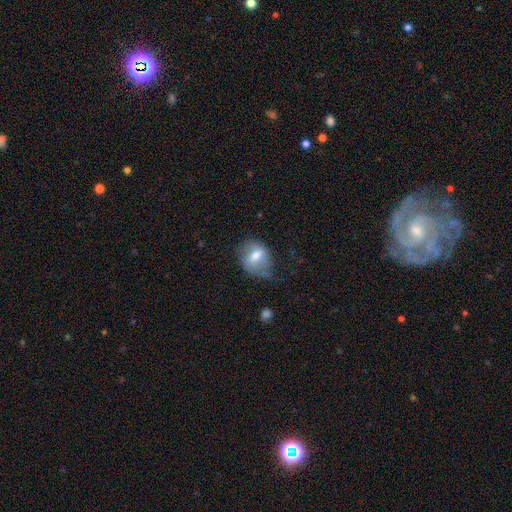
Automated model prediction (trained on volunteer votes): Smooth or featured?
  - smooth: 57% *
  - featured or disk: 35%
  - star or artifact: 8%
How rounded?
  - in between: 53% *
  - round: 46%
  - cigar-shaped: 2%
Merging?
  - none: 44% *
  - minor disturbance: 34%
  - major disturbance: 20%
  - merger: 2%